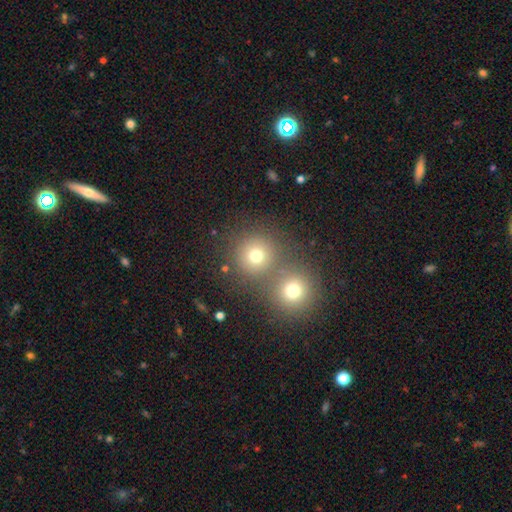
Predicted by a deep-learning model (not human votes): Smooth or featured?
  - smooth: 74% *
  - star or artifact: 16%
  - featured or disk: 10%
How rounded?
  - round: 91% *
  - in between: 8%
  - cigar-shaped: 1%
Merging?
  - none: 59% *
  - merger: 32%
  - minor disturbance: 6%
  - major disturbance: 3%